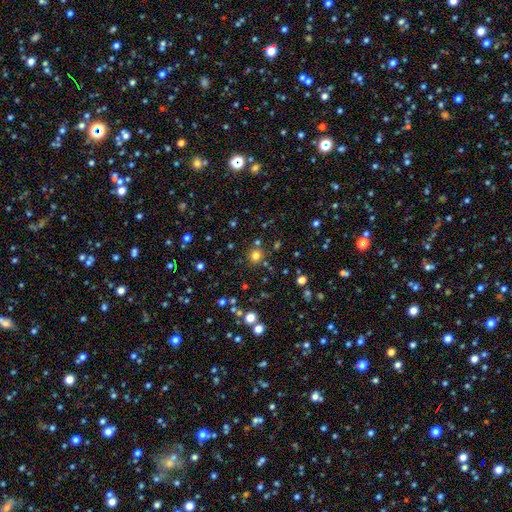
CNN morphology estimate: A smooth galaxy with no disk features (75%) that is round (92%). Merging: none (82%).